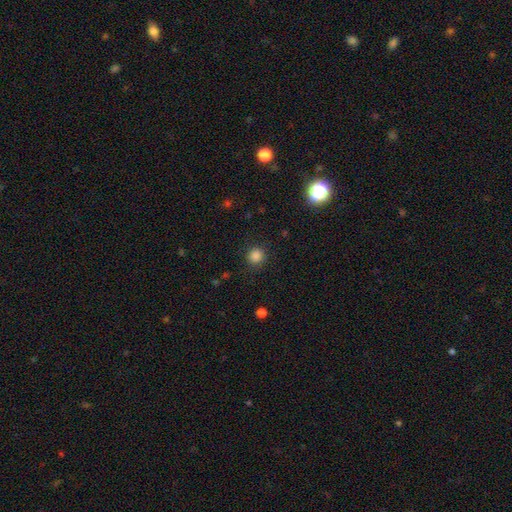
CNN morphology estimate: Q: Smooth or featured?
A: smooth (85%); runner-up: star or artifact (12%)
Q: How rounded?
A: round (92%); runner-up: in between (7%)
Q: Merging?
A: none (89%); runner-up: minor disturbance (7%)